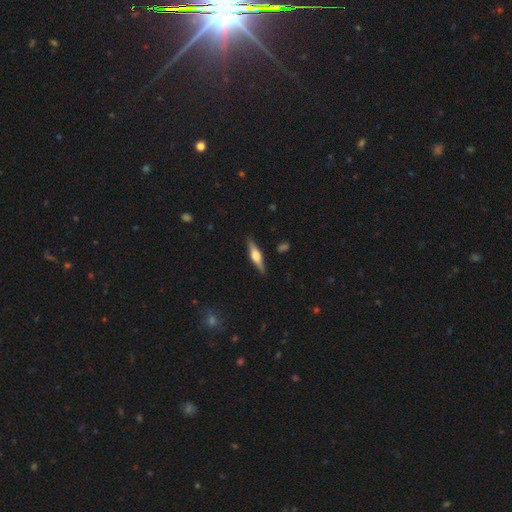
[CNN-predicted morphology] Smooth or featured: featured or disk — 65% (smooth — 29%)
Edge-on disk: yes — 97% (no — 3%)
Edge-on bulge: rounded — 87% (boxy — 11%)
Merging: none — 88% (minor disturbance — 9%)